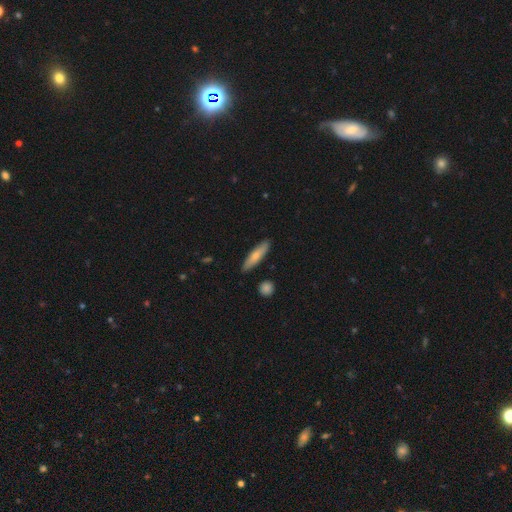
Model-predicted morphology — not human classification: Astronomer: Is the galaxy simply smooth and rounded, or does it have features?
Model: smooth — 68%.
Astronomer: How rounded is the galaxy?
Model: cigar-shaped — 77%.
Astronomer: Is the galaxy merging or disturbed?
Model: none — 88%.